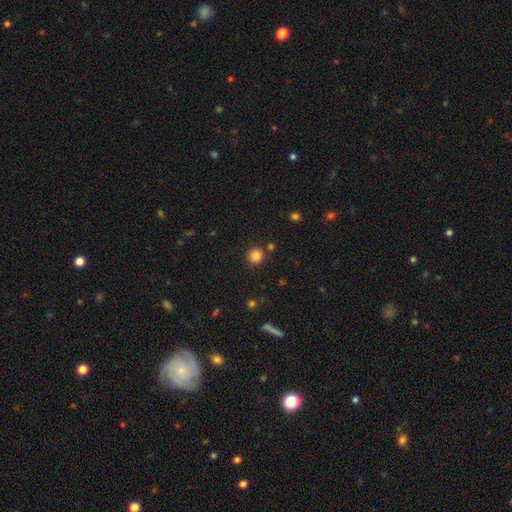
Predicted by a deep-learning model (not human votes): A smooth galaxy with no disk features (84%) that is round (92%).

Vote fractions:
- Smooth or featured? smooth: 84% / star or artifact: 12% / featured or disk: 4%
- How rounded? round: 92% / in between: 7% / cigar-shaped: 1%
- Merging? none: 85% / minor disturbance: 7% / merger: 5% / major disturbance: 3%